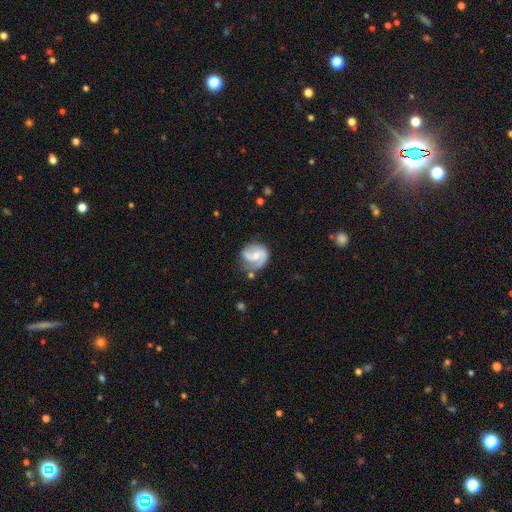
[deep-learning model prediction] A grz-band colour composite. It shows a featured or disk galaxy (77%) with a weak bar (49%), 2 (79%) medium (47%) spiral arms (94%) and a small central bulge (46%). Merging: none (62%).